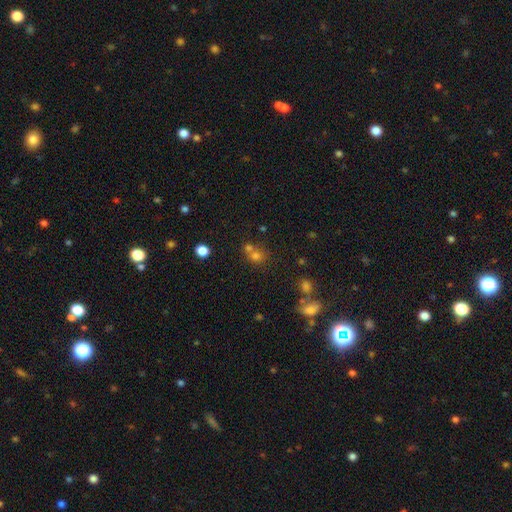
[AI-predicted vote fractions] Q: Smooth or featured?
A: smooth (69%); runner-up: star or artifact (20%)
Q: How rounded?
A: round (76%); runner-up: in between (23%)
Q: Merging?
A: merger (45%); runner-up: none (43%)